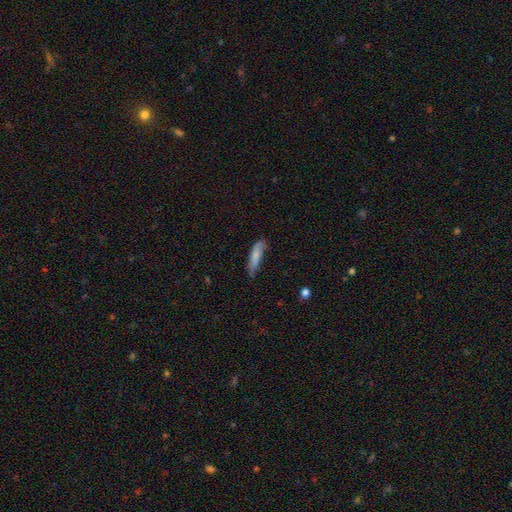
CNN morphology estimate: Smooth or featured?
  - smooth: 77% *
  - featured or disk: 17%
  - star or artifact: 6%
How rounded?
  - cigar-shaped: 71% *
  - in between: 28%
  - round: 2%
Merging?
  - none: 60% *
  - minor disturbance: 31%
  - major disturbance: 7%
  - merger: 2%